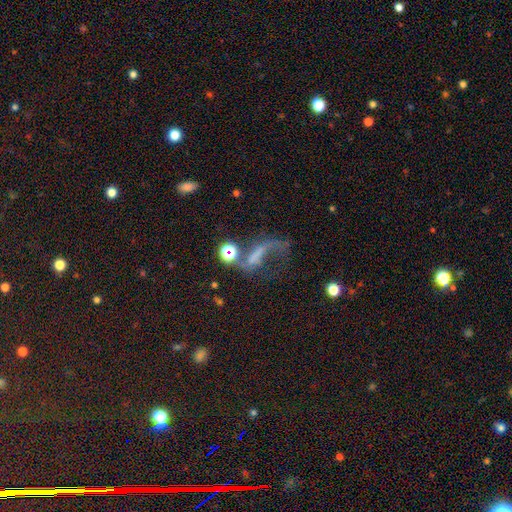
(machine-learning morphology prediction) The model was most divided on "merging": major disturbance: 43%, none: 29%, merger: 15%, minor disturbance: 14%. Remaining: smooth or featured — featured or disk (47%).